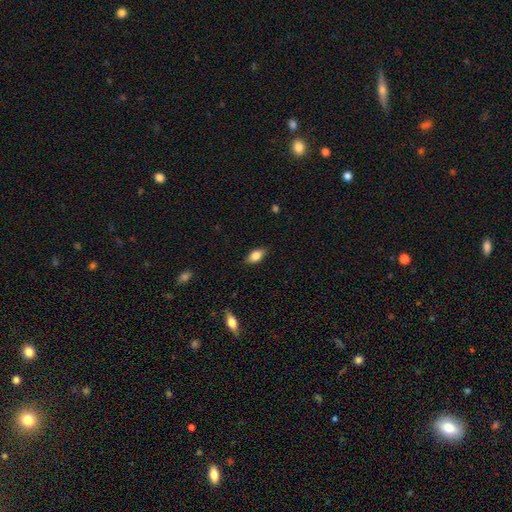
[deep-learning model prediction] smooth 77%, featured or disk 16%, star or artifact 8%. Down the decision tree: how rounded — in between (86%); merging — none (84%).